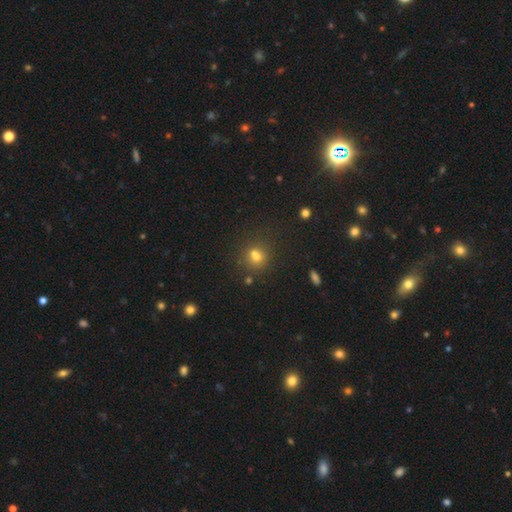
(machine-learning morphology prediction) type=smooth (69%); roundness=round (71%); merging=none (59%).